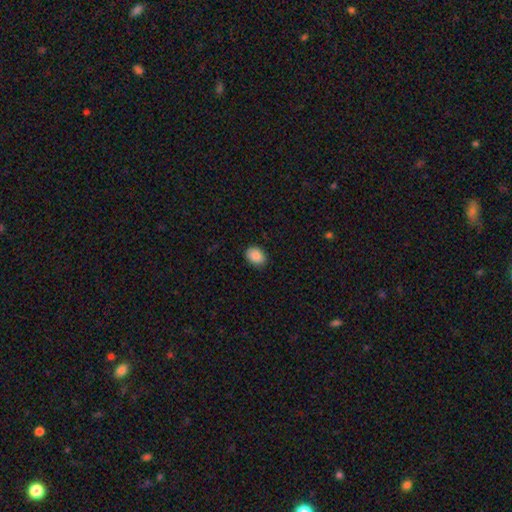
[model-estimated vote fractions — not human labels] smooth-or-featured: smooth: 89% | star or artifact: 8% | featured or disk: 3%
  how-rounded: in between: 71% | round: 29% | cigar-shaped: 1%
  merging: none: 88% | minor disturbance: 9% | major disturbance: 2% | merger: 1%